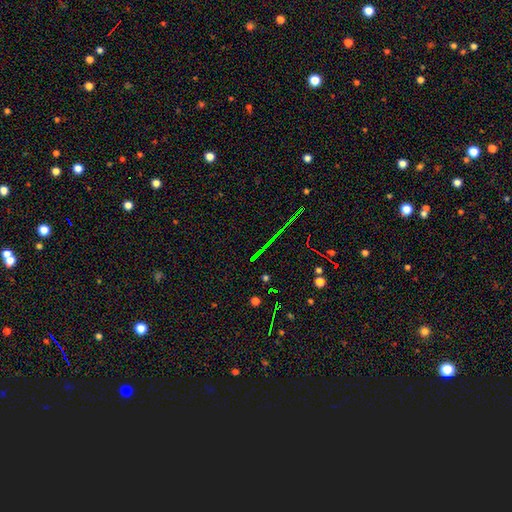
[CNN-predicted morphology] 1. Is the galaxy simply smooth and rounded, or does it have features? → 72% star or artifact, 15% smooth, 13% featured or disk.